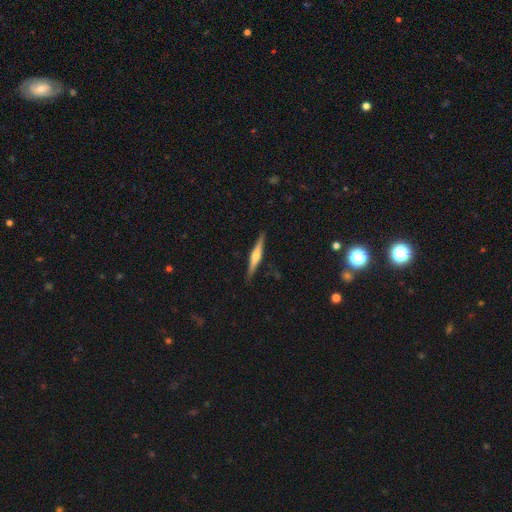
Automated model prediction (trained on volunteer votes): This is likely a featured or disk galaxy (69%). It is clearly viewed edge-on (98%). Edge-on bulge: clearly rounded (89%). Merging: clearly none (90%).